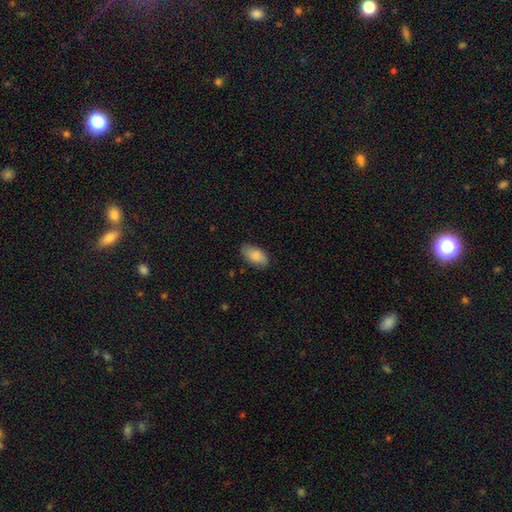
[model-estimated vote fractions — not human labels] The model was most divided on "merging": none: 83%, minor disturbance: 14%, major disturbance: 2%, merger: 1%. More confident: how rounded — in between (94%); smooth or featured — smooth (86%).